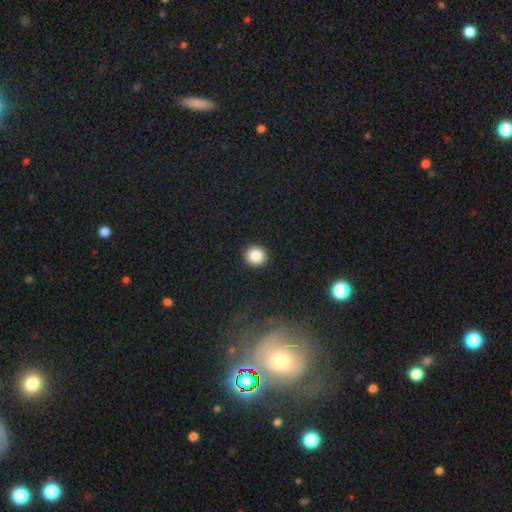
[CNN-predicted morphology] A smooth galaxy with no disk features (87%) that is round (88%). Merging: none (91%).